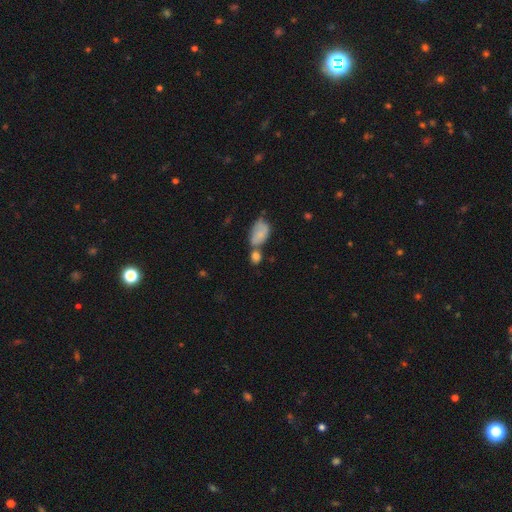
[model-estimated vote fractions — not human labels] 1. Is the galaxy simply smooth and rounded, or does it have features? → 73% smooth, 15% featured or disk, 11% star or artifact.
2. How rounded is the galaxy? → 59% in between, 37% round, 4% cigar-shaped.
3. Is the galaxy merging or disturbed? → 46% merger, 35% none, 13% minor disturbance, 6% major disturbance.